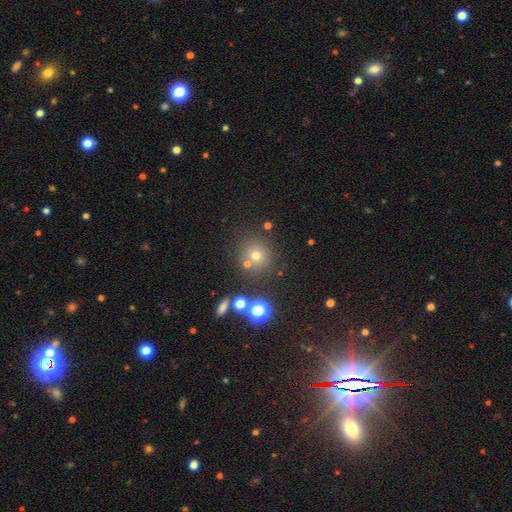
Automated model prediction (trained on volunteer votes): Smooth or featured: smooth — 65% (star or artifact — 24%)
How rounded: round — 91% (in between — 8%)
Merging: none — 75% (merger — 13%)